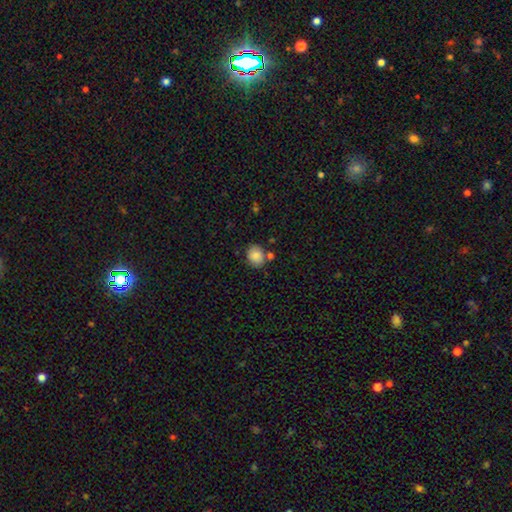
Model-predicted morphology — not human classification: A smooth galaxy with no disk features (84%) that is round (64%). Merging: none (73%).